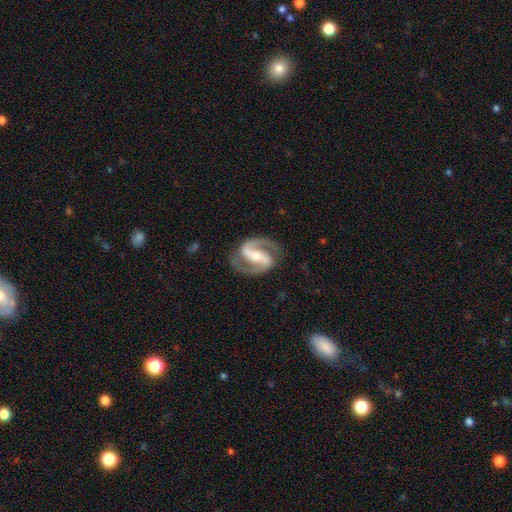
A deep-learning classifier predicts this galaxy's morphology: Smooth or featured?
  - featured or disk: 93% *
  - star or artifact: 4%
  - smooth: 4%
Edge-on disk?
  - no: 98% *
  - yes: 2%
Bar?
  - strong: 55% *
  - weak: 29%
  - no: 16%
Spiral arms?
  - yes: 98% *
  - no: 2%
Spiral winding?
  - medium: 62% *
  - tight: 24%
  - loose: 14%
Spiral arm count?
  - 2: 94% *
  - can't tell: 1%
  - 1: 1%
  - 3: 1%
  - 4: 1%
  - more than 4: 1%
Bulge size?
  - moderate: 54% *
  - small: 37%
  - large: 5%
  - none: 3%
  - dominant: 1%
Merging?
  - none: 84% *
  - minor disturbance: 11%
  - major disturbance: 4%
  - merger: 1%